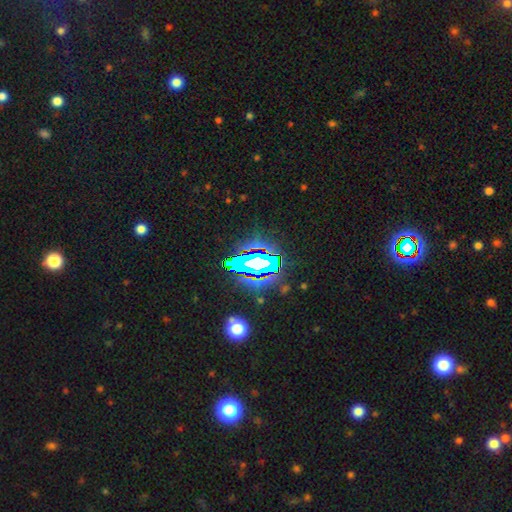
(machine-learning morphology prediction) This appears to be a star or artifact, not a galaxy (69%).